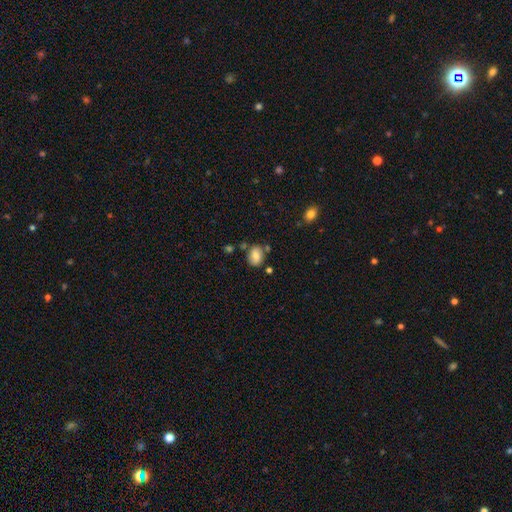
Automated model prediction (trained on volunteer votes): A smooth galaxy with no disk features (80%) that is in between round and cigar-shaped (70%).

Vote fractions:
- Smooth or featured? smooth: 80% / featured or disk: 11% / star or artifact: 9%
- How rounded? in between: 70% / round: 28% / cigar-shaped: 1%
- Merging? none: 70% / minor disturbance: 16% / merger: 9% / major disturbance: 4%